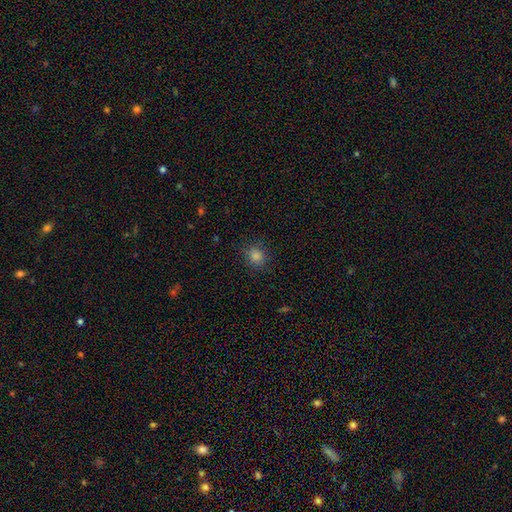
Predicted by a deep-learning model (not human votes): This is likely a smooth galaxy (79%). How rounded: clearly round (85%). Merging: clearly none (86%).